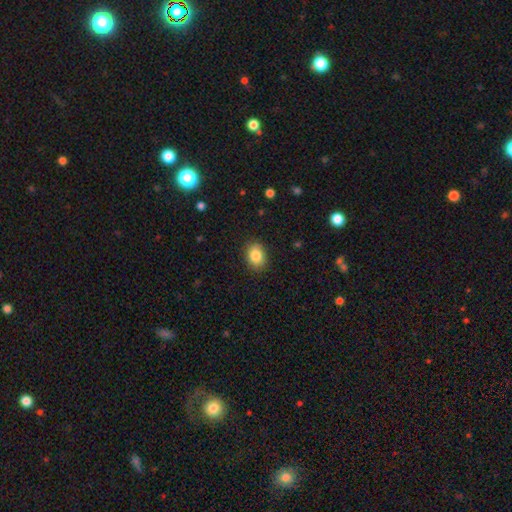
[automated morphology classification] The model was most divided on "how rounded": in between: 62%, round: 37%, cigar-shaped: 1%. More confident: merging — none (87%); smooth or featured — smooth (85%).